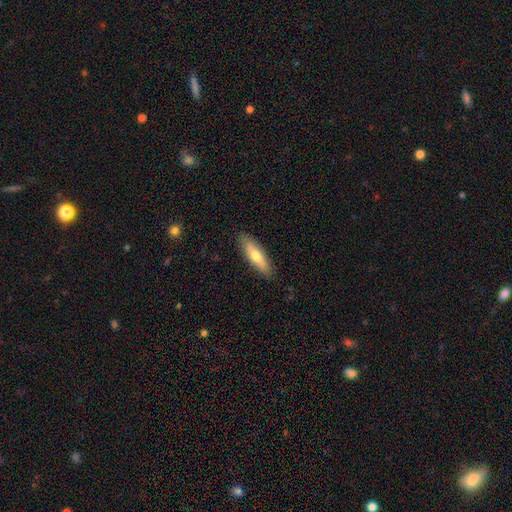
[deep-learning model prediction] Smooth or featured? Predicted: smooth (p=0.63). How rounded? Predicted: cigar-shaped (p=0.65). Merging? Predicted: none (p=0.88).